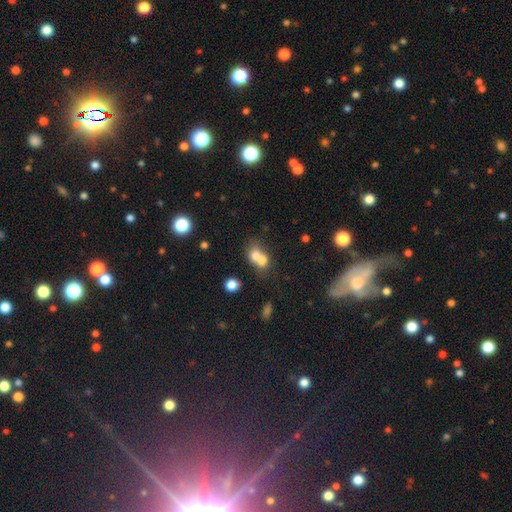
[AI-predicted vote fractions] Overall: smooth (70%). How rounded: round (55%; in between 44%). Merging: merger (68%).